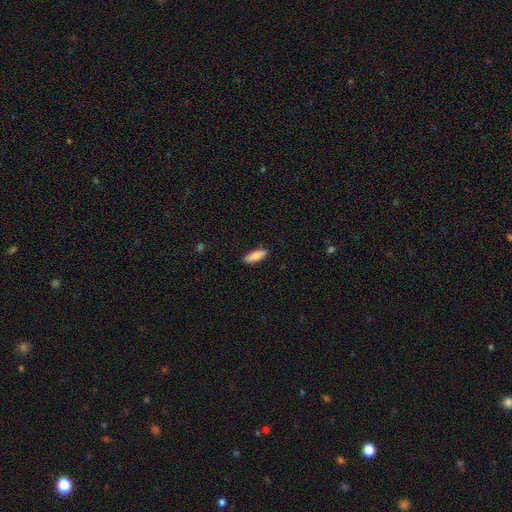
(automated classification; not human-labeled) This appears to be a smooth galaxy with no disk features (81%) that is in between round and cigar-shaped (59%). Merging: none (89%).